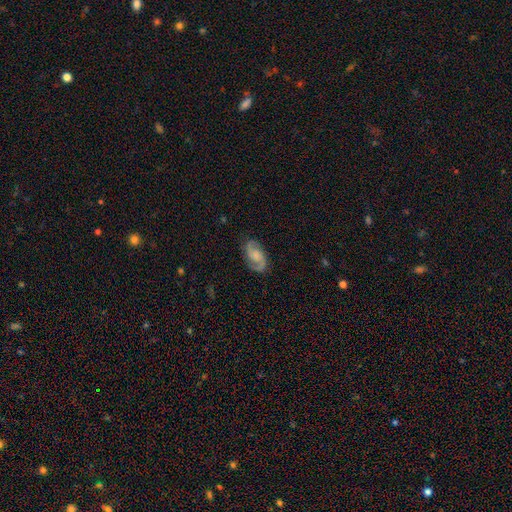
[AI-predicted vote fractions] The model was most divided on "bulge size": none: 37%, moderate: 26%, small: 25%, large: 10%, dominant: 2%. More confident: edge-on disk — no (97%); spiral arms — yes (97%); spiral arm count — 2 (91%); smooth or featured — featured or disk (81%); merging — none (81%); bar — no (55%); spiral winding — medium (54%).